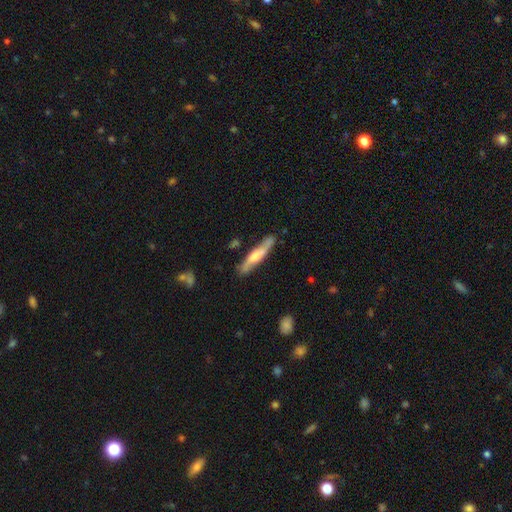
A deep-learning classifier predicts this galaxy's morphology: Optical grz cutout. It shows a featured or disk galaxy (52%) viewed edge-on (74%). Merging: none (80%).